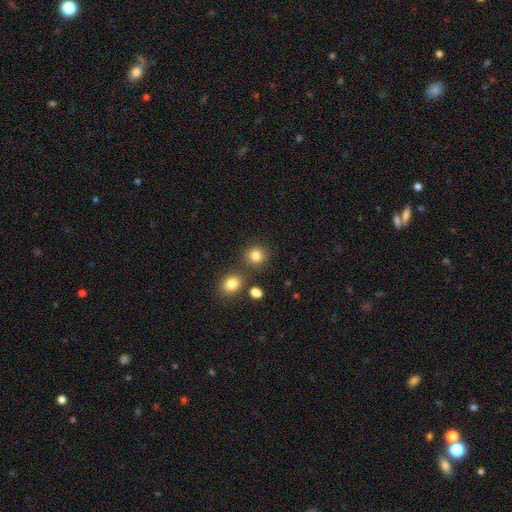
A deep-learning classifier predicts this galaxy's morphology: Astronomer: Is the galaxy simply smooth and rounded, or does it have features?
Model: smooth — 83%.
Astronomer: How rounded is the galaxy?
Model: round — 88%.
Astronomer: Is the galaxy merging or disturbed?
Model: none — 79%.